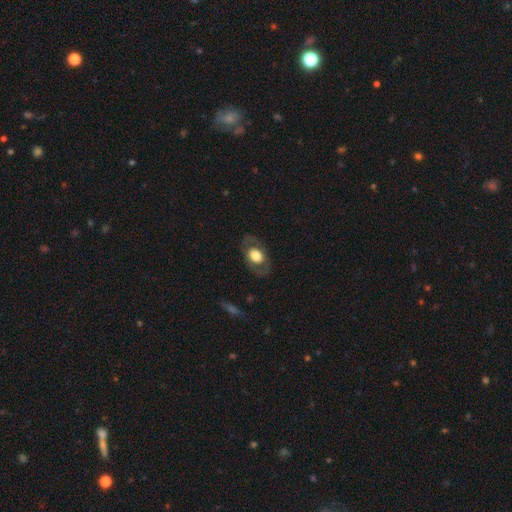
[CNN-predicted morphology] smooth-or-featured: smooth: 50% | featured or disk: 43% | star or artifact: 7%
  merging: none: 78% | minor disturbance: 13% | major disturbance: 8% | merger: 1%